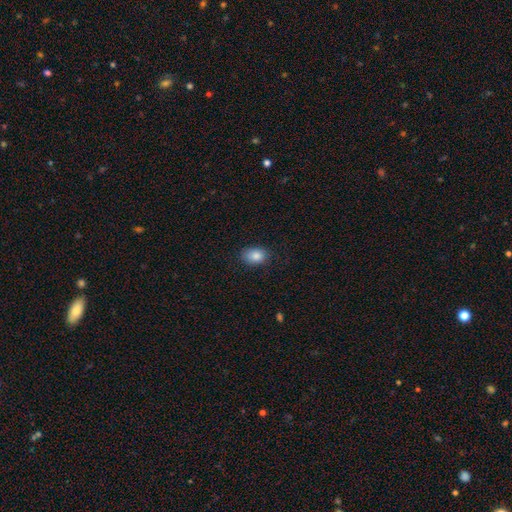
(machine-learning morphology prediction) Smooth or featured? smooth (86%)
How rounded? in between (76%)
Merging? none (81%)